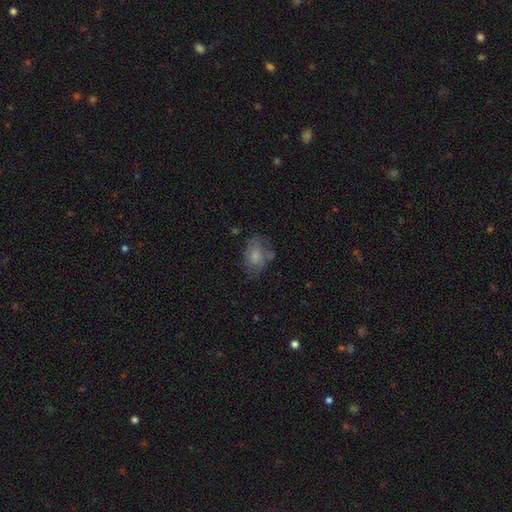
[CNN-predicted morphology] Overall: smooth (64%; featured or disk 27%). How rounded: in between (74%). Merging: none (49%; minor disturbance 27%).